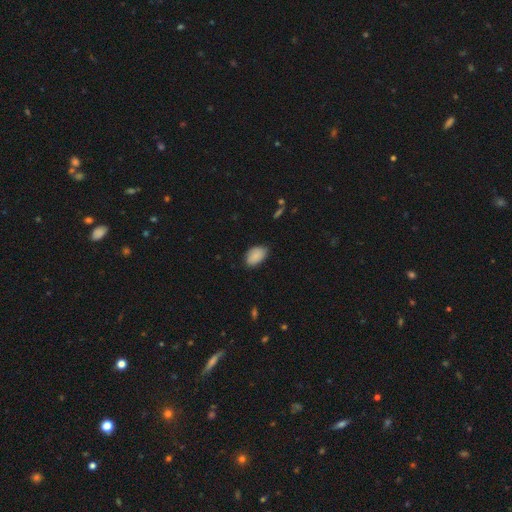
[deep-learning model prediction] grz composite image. It shows a smooth galaxy with no disk features (87%) that is in between round and cigar-shaped (90%). Merging: none (78%).